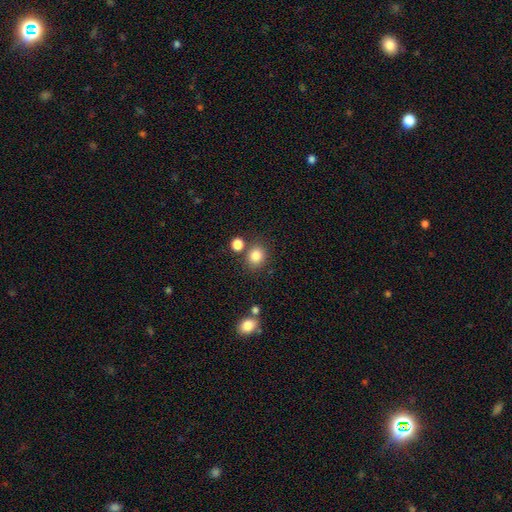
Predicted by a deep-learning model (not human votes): The model was most divided on "how rounded": round: 73%, in between: 26%, cigar-shaped: 1%. More confident: smooth or featured — smooth (83%); merging — none (75%).